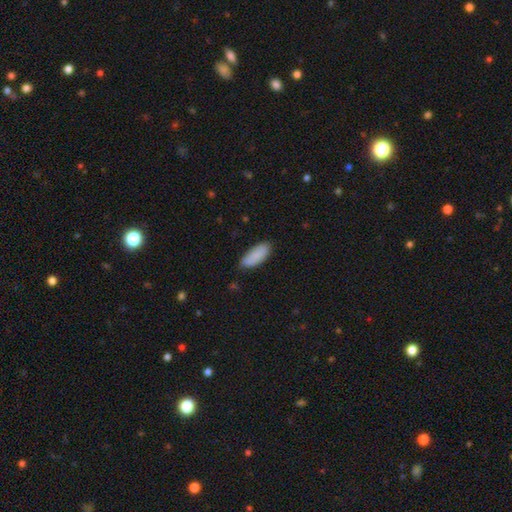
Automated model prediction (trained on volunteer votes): Smooth or featured? Predicted: smooth (p=0.89). How rounded? Predicted: in between (p=0.83). Merging? Predicted: none (p=0.80).